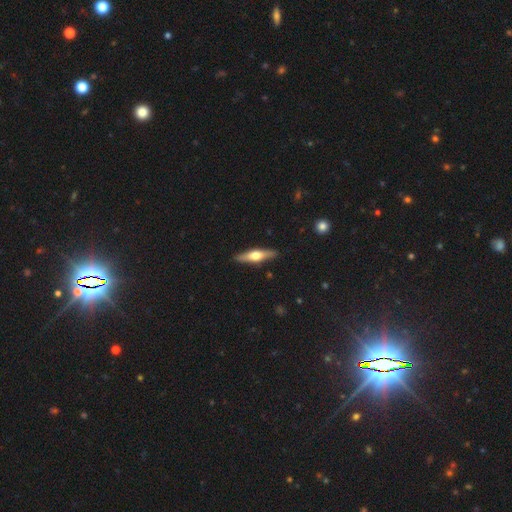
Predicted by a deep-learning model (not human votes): This appears to be a featured or disk galaxy (56%) viewed edge-on (94%) with a rounded central bulge (93%). Merging: none (90%).